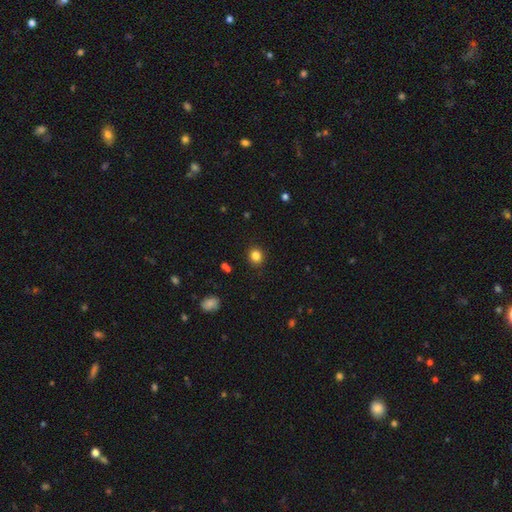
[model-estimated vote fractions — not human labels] A smooth galaxy with no disk features (83%) that is round (81%). Merging: none (90%).